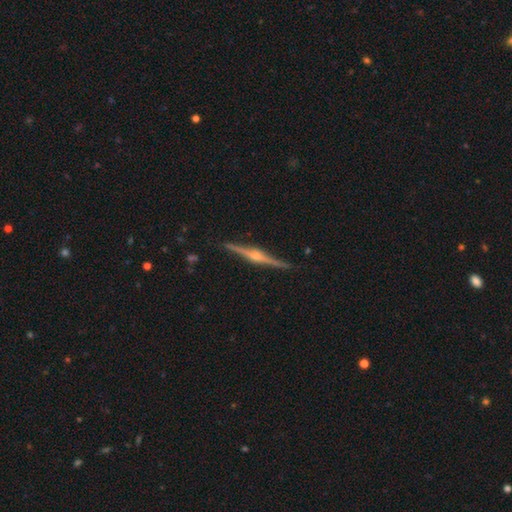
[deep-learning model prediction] This is clearly a featured or disk galaxy (88%). It is clearly viewed edge-on (99%). Edge-on bulge: clearly rounded (90%). Merging: clearly none (91%).